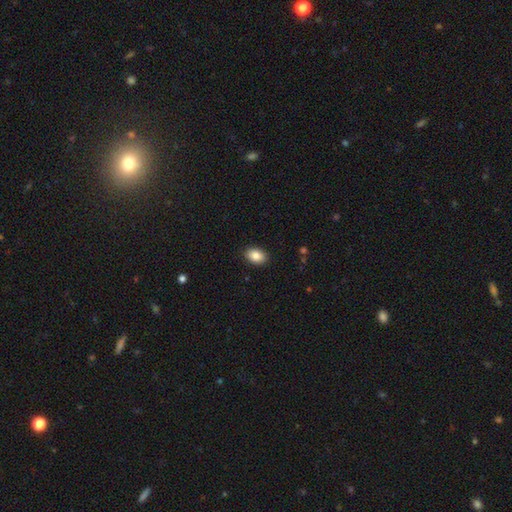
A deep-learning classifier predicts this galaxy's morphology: A smooth galaxy with no disk features (87%) that is in between round and cigar-shaped (83%).

Vote fractions:
- Smooth or featured? smooth: 87% / star or artifact: 8% / featured or disk: 5%
- How rounded? in between: 83% / round: 16% / cigar-shaped: 1%
- Merging? none: 90% / minor disturbance: 8% / major disturbance: 2% / merger: 1%